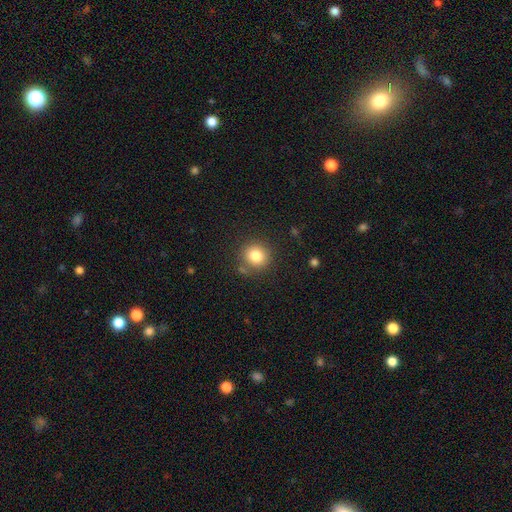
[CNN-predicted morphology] This appears to be a smooth galaxy with no disk features (82%) that is round (91%). Merging: none (83%).